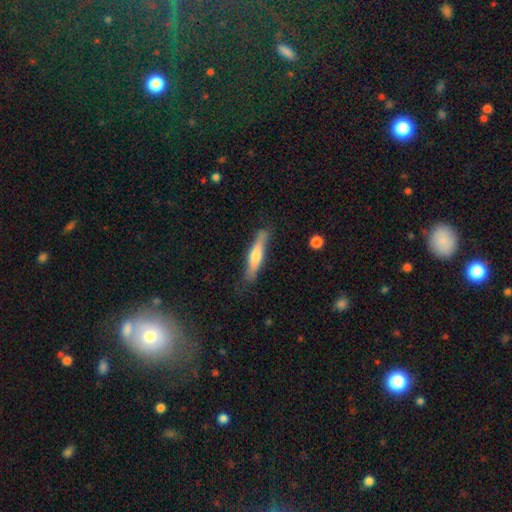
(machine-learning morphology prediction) A smooth galaxy with no disk features (51%) that is cigar-shaped (87%). Merging: none (78%).